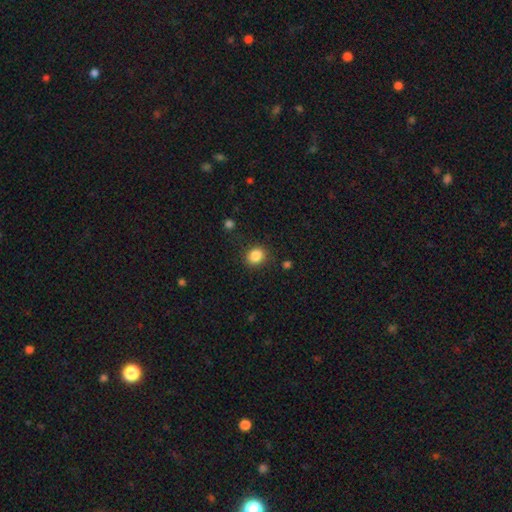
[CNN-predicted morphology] This is clearly a smooth galaxy (86%). How rounded: likely round (64%). Merging: clearly none (85%).